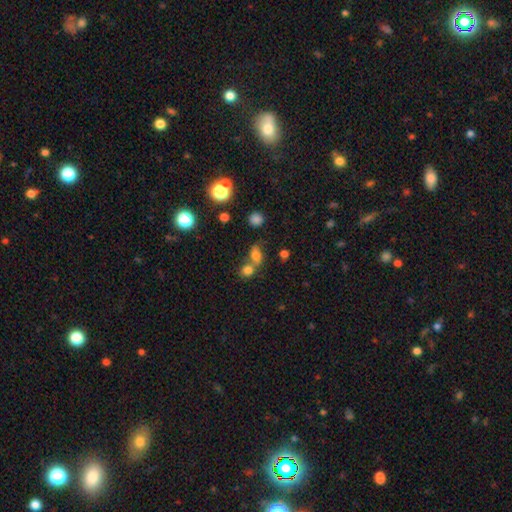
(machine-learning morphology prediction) smooth 71%, star or artifact 17%, featured or disk 13%. Down the decision tree: how rounded — in between (58%); merging — merger (50%).